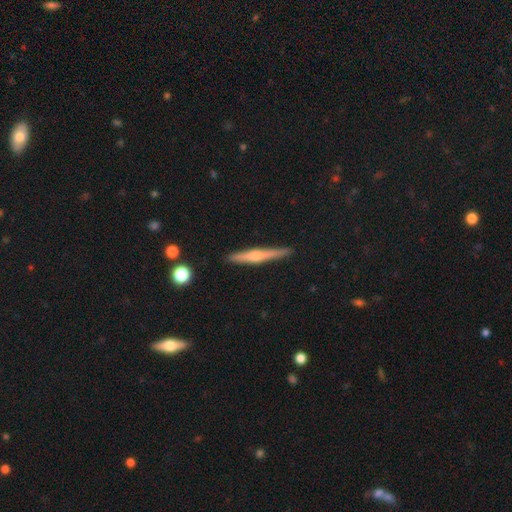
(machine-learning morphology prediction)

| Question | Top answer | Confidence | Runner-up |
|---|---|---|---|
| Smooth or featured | featured or disk | 61% | smooth (33%) |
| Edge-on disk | yes | 98% | no (2%) |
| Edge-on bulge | rounded | 76% | none (15%) |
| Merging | none | 90% | minor disturbance (7%) |